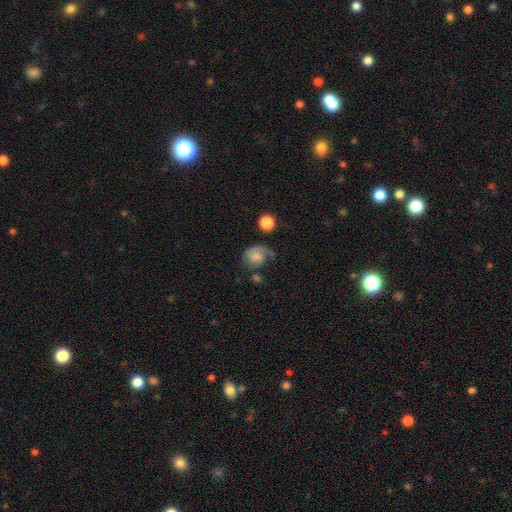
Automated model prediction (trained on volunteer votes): This is possibly a featured or disk galaxy (53%). It is clearly not viewed edge-on (98%). Bar: likely no (73%). Spiral arm pattern: clearly yes (88%). Central bulge: marginally none (38%). Merging: marginally none (41%).